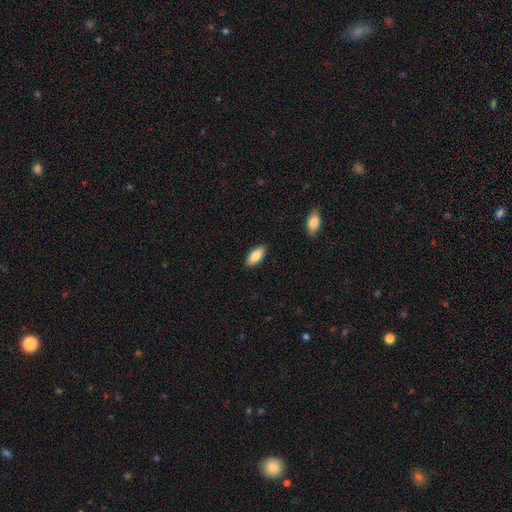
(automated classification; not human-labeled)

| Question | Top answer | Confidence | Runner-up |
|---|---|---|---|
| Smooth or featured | smooth | 83% | featured or disk (10%) |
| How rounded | in between | 88% | cigar-shaped (10%) |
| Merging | none | 89% | minor disturbance (8%) |